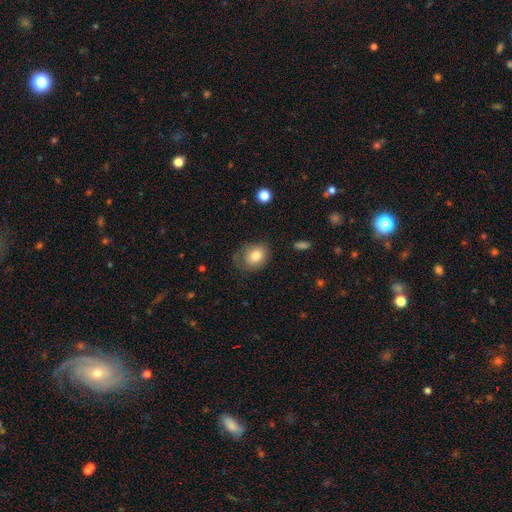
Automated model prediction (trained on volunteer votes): A smooth galaxy with no disk features (78%) that is in between round and cigar-shaped (57%).

Vote fractions:
- Smooth or featured? smooth: 78% / featured or disk: 14% / star or artifact: 8%
- How rounded? in between: 57% / round: 42% / cigar-shaped: 1%
- Merging? none: 54% / minor disturbance: 27% / major disturbance: 17% / merger: 2%